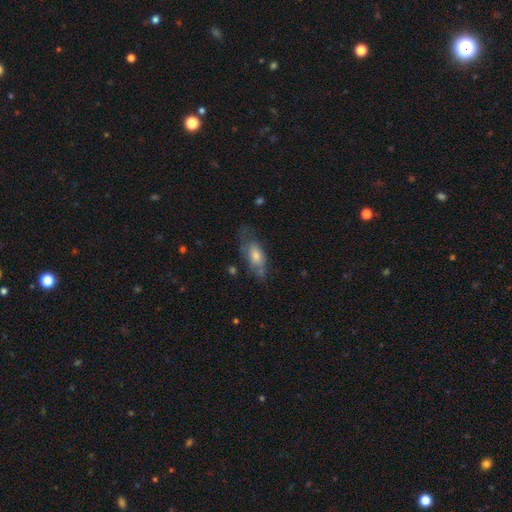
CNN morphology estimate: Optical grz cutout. It shows a smooth galaxy with no disk features (47%). Merging: none (54%).